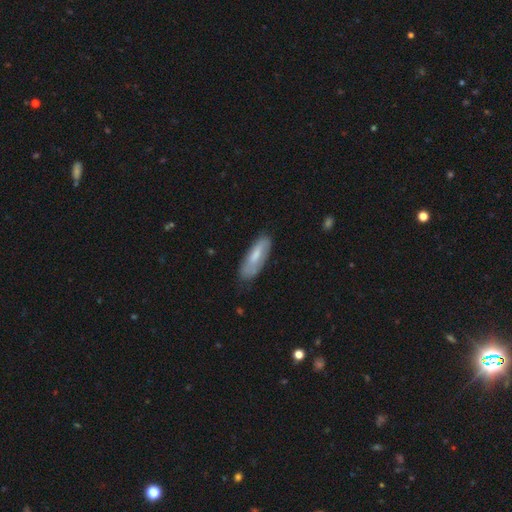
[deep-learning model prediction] The model was most divided on "how rounded": in between: 58%, cigar-shaped: 40%, round: 2%. More confident: merging — none (72%); smooth or featured — smooth (66%).